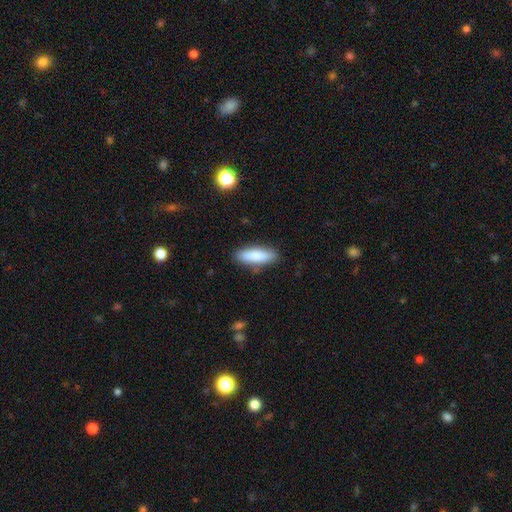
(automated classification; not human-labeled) Overall: smooth (82%). How rounded: cigar-shaped (52%; in between 46%). Merging: none (85%).